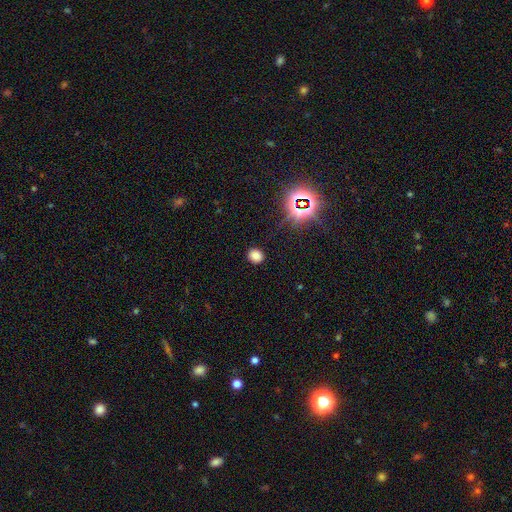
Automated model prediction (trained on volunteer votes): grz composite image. It shows a smooth galaxy with no disk features (76%) that is round (72%). Merging: none (89%).